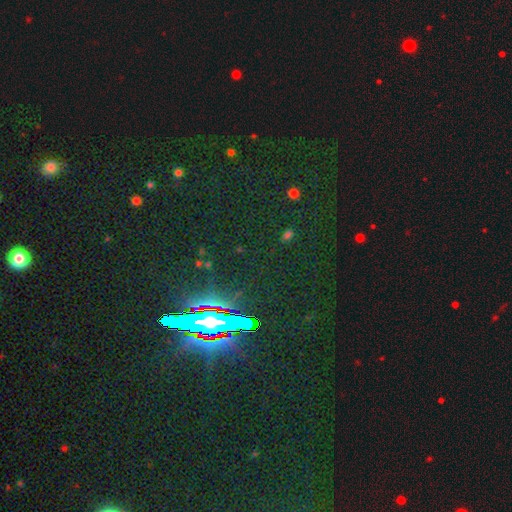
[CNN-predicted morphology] The model was most divided on "smooth or featured": star or artifact: 82%, smooth: 9%, featured or disk: 9%.